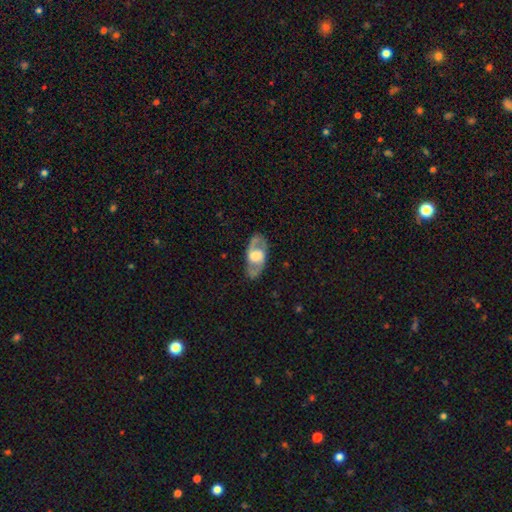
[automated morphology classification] A featured or disk galaxy (76%) with no bar (45%), 2 (88%) medium (53%) spiral arms (79%) and a large central bulge (50%).

Vote fractions:
- Smooth or featured? featured or disk: 76% / smooth: 19% / star or artifact: 5%
- Edge-on disk? no: 90% / yes: 10%
- Bar? no: 45% / weak: 39% / strong: 16%
- Spiral arms? yes: 79% / no: 21%
- Spiral winding? medium: 53% / loose: 25% / tight: 22%
- Spiral arm count? 2: 88% / can't tell: 7% / 1: 2% / 3: 1% / 4: 1% / more than 4: 1%
- Bulge size? large: 50% / moderate: 31% / small: 10% / none: 5% / dominant: 4%
- Merging? none: 82% / minor disturbance: 12% / major disturbance: 5% / merger: 1%